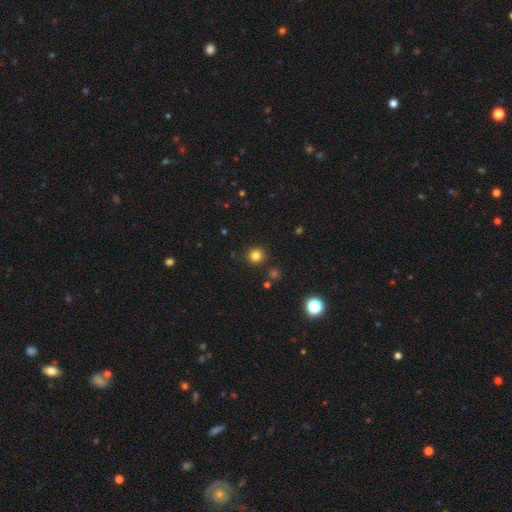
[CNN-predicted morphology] Q: Smooth or featured?
A: smooth (81%); runner-up: star or artifact (14%)
Q: How rounded?
A: round (94%); runner-up: in between (5%)
Q: Merging?
A: none (90%); runner-up: minor disturbance (5%)